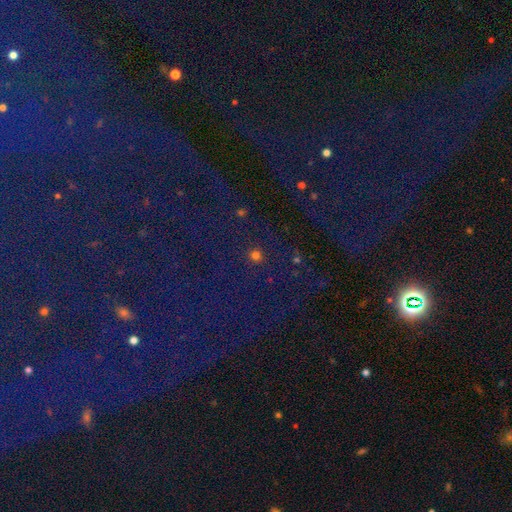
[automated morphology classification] Smooth or featured?
  - smooth: 48% *
  - star or artifact: 46%
  - featured or disk: 6%
Merging?
  - none: 86% *
  - minor disturbance: 7%
  - major disturbance: 3%
  - merger: 3%